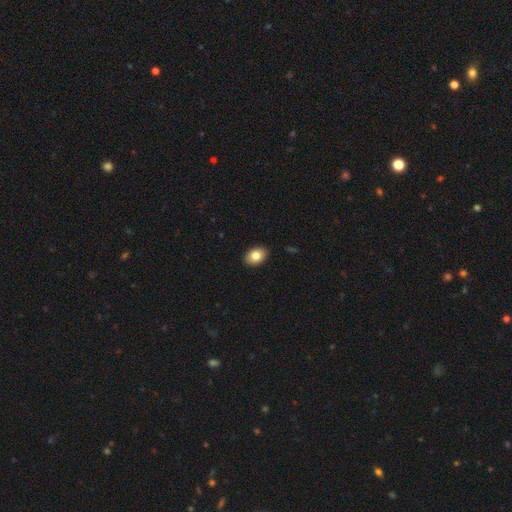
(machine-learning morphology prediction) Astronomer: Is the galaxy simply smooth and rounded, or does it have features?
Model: smooth — 82%.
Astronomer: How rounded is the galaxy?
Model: in between — 83%.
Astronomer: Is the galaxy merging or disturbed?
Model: none — 90%.